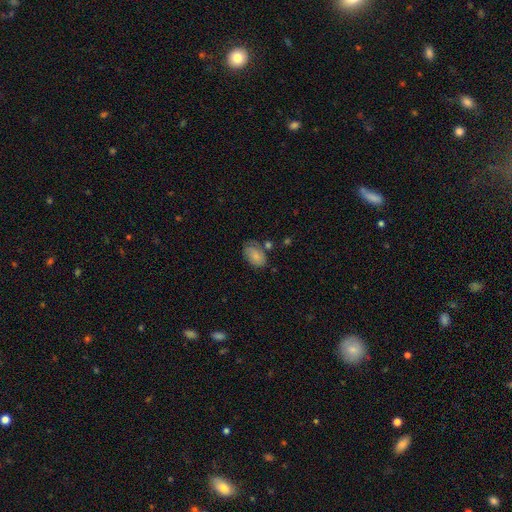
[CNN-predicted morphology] smooth_or_featured: smooth (p=0.77) [alt: featured or disk p=0.15]
how_rounded: in between (p=0.88) [alt: round p=0.11]
merging: none (p=0.59) [alt: minor disturbance p=0.25]